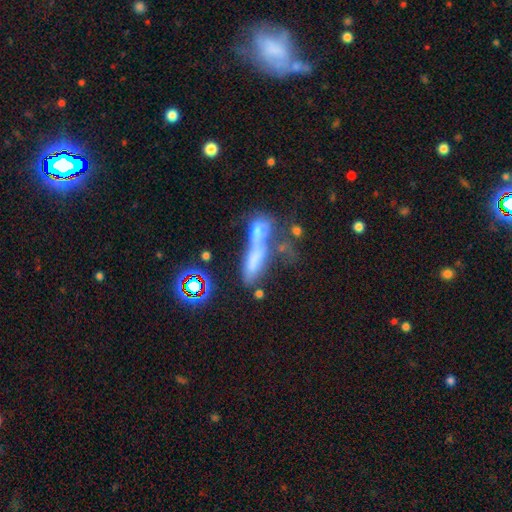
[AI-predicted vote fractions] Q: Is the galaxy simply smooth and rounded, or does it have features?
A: smooth — 50%.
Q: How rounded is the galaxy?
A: cigar-shaped — 57%.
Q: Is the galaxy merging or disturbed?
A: merger — 54%.